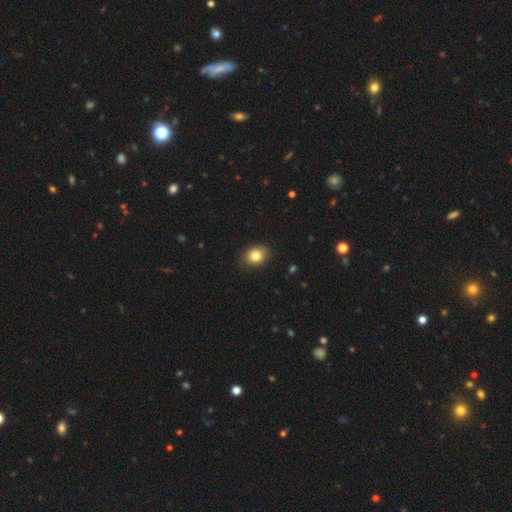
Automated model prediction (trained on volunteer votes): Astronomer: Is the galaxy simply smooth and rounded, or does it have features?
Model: smooth — 84%.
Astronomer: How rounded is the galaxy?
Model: in between — 55% (runner-up: round, 44%).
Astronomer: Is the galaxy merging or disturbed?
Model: none — 87%.